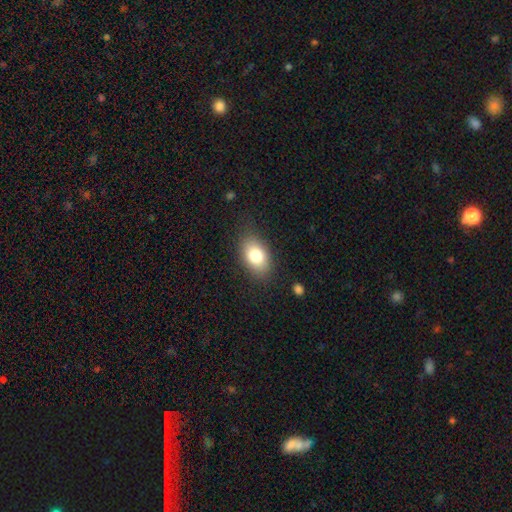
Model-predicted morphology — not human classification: This appears to be a smooth galaxy with no disk features (80%) that is in between round and cigar-shaped (87%). Merging: none (82%).